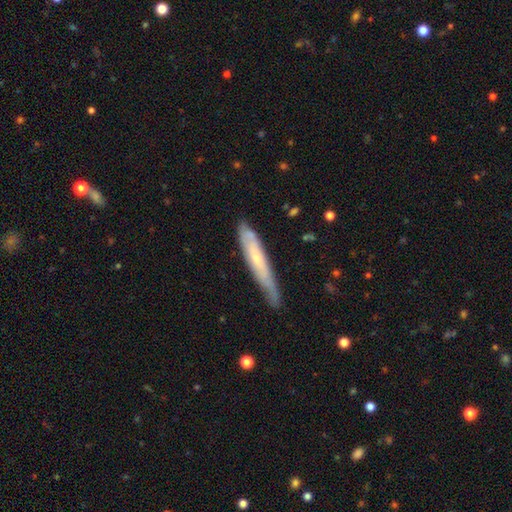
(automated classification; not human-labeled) Overall: featured or disk (52%; smooth 42%). Edge-on disk: yes (68%; no 32%). Merging: none (65%; minor disturbance 27%).